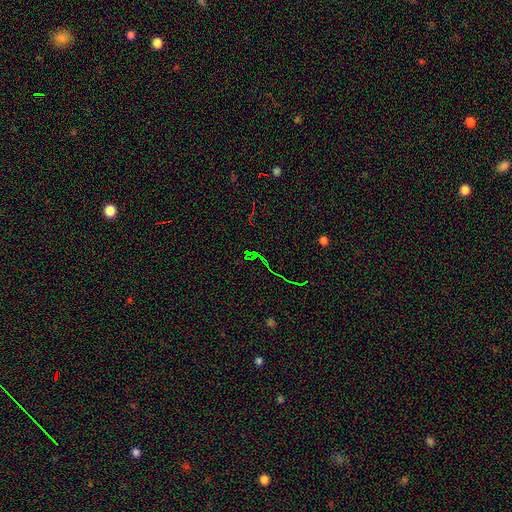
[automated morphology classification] type=star or artifact (77%).